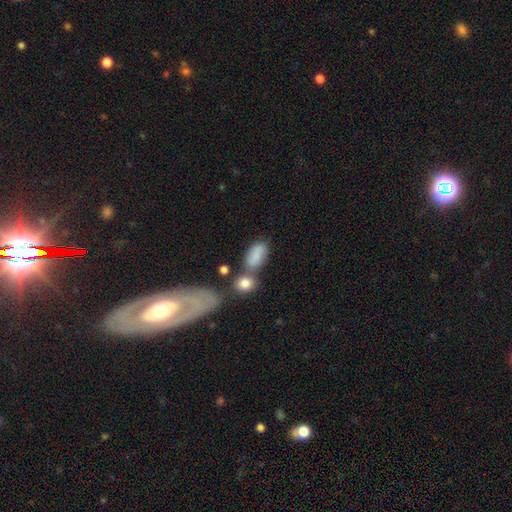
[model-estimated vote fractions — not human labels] Smooth or featured? Predicted: smooth (p=0.82). How rounded? Predicted: in between (p=0.89). Merging? Predicted: none (p=0.50).